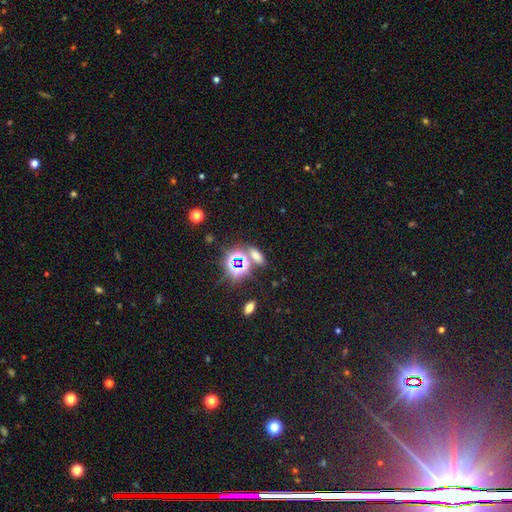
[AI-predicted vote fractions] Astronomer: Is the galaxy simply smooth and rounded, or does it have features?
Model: smooth — 51% (runner-up: star or artifact, 40%).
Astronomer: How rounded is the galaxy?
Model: in between — 68%.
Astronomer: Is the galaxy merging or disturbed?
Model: none — 71%.